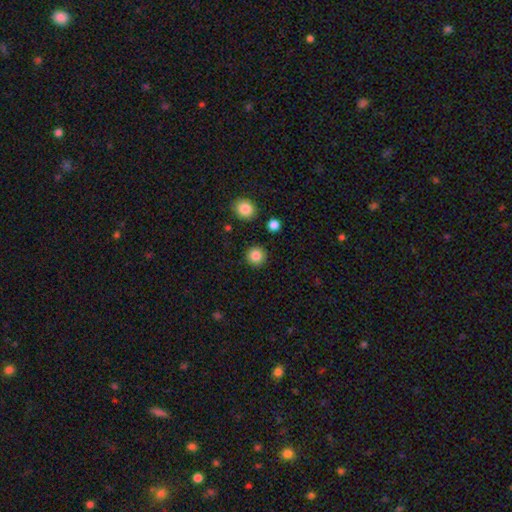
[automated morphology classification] This is clearly a smooth galaxy (85%). How rounded: clearly round (95%). Merging: clearly none (91%).